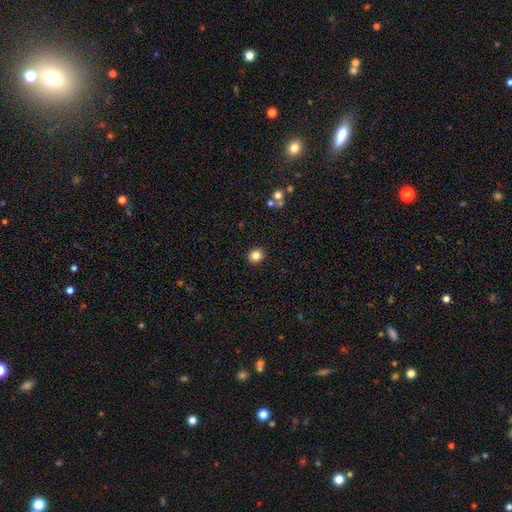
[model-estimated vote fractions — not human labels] This is clearly a smooth galaxy (83%). How rounded: clearly round (81%). Merging: clearly none (92%).